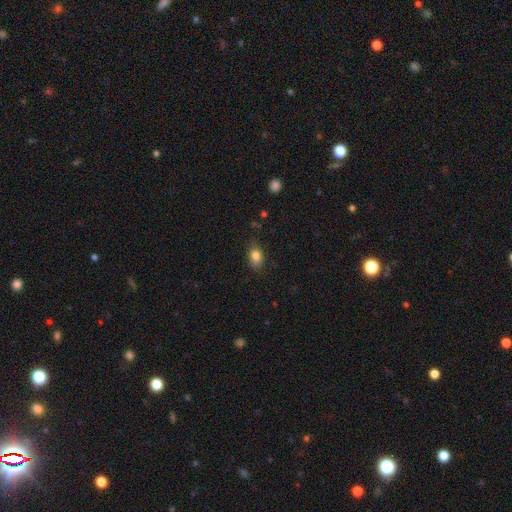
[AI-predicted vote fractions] Smooth or featured?
  - smooth: 82% *
  - star or artifact: 10%
  - featured or disk: 9%
How rounded?
  - in between: 75% *
  - round: 23%
  - cigar-shaped: 2%
Merging?
  - none: 76% *
  - minor disturbance: 19%
  - major disturbance: 4%
  - merger: 1%